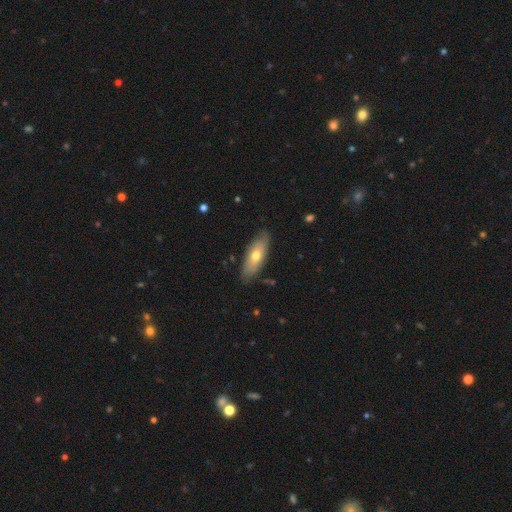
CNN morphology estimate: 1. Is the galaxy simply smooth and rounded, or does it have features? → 58% smooth, 36% featured or disk, 6% star or artifact.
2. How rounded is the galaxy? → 70% in between, 27% cigar-shaped, 2% round.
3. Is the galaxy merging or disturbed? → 82% none, 14% minor disturbance, 2% major disturbance, 1% merger.